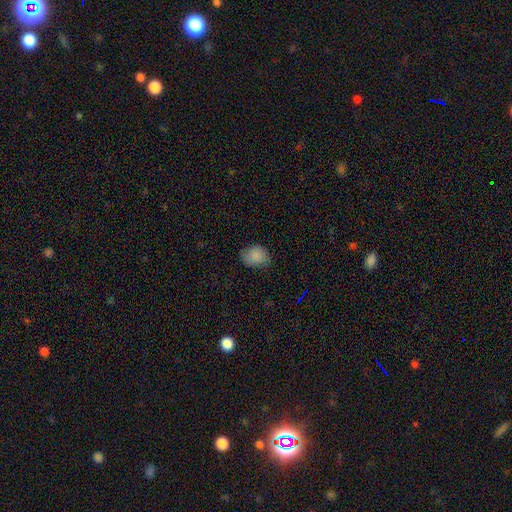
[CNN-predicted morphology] This is clearly a smooth galaxy (86%). How rounded: possibly in between (55%). Merging: likely none (70%).